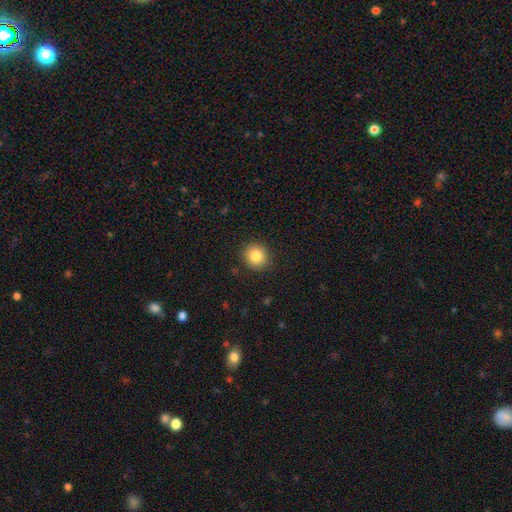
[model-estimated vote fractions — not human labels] Smooth or featured?
  - smooth: 84% *
  - star or artifact: 10%
  - featured or disk: 7%
How rounded?
  - round: 88% *
  - in between: 12%
  - cigar-shaped: 1%
Merging?
  - none: 90% *
  - minor disturbance: 7%
  - major disturbance: 2%
  - merger: 1%